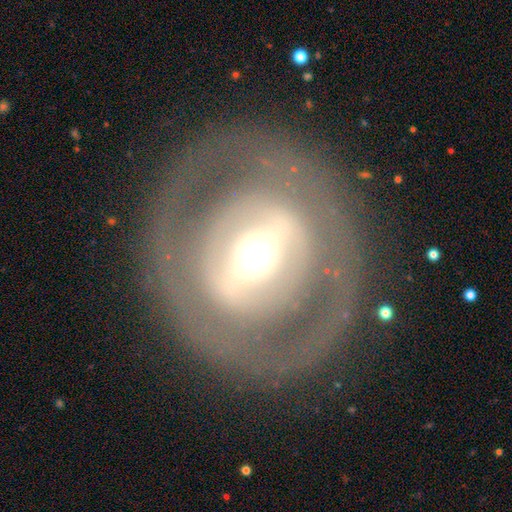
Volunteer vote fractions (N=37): This appears to be a featured or disk galaxy (84%) with a strong bar (66%), no spiral arms (66%) and a moderate central bulge (62%). Merging: none (94%).